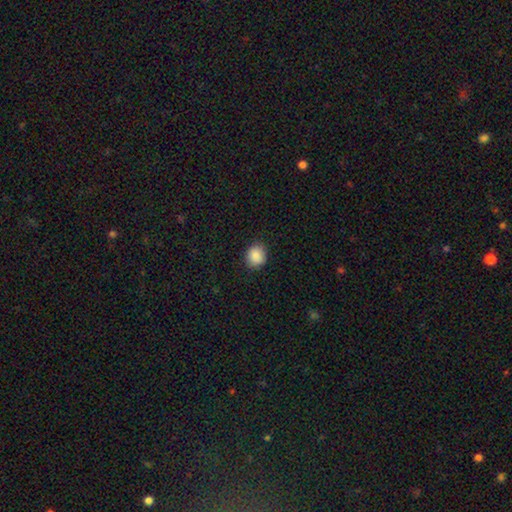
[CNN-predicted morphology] Smooth or featured: smooth — 88% (star or artifact — 8%)
How rounded: round — 73% (in between — 26%)
Merging: none — 87% (minor disturbance — 9%)